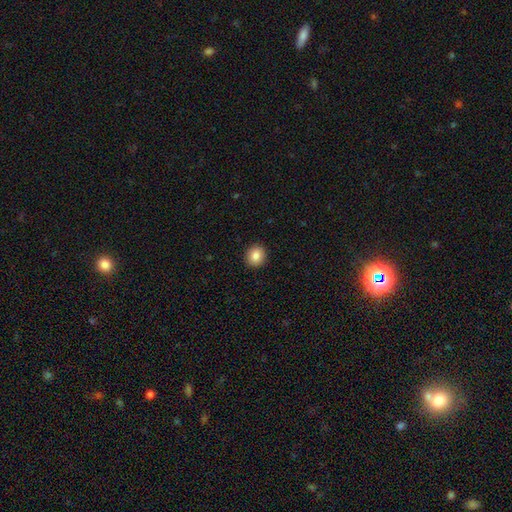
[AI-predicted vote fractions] This appears to be a smooth galaxy with no disk features (85%) that is round (87%). Merging: none (92%).